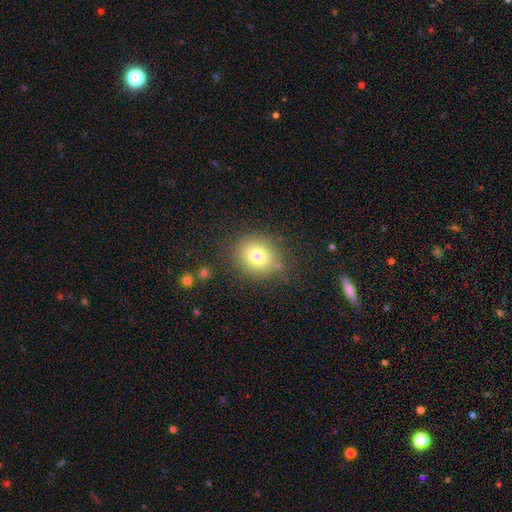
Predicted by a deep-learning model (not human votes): This appears to be a smooth galaxy with no disk features (77%) that is round (73%). Merging: none (81%).